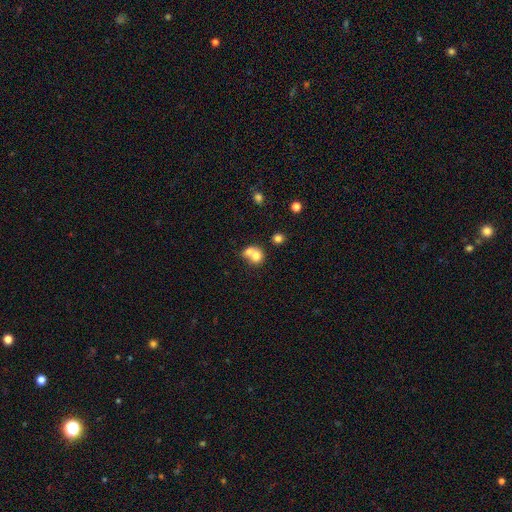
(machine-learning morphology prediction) smooth-or-featured: smooth: 70% | featured or disk: 20% | star or artifact: 10%
  how-rounded: round: 68% | in between: 31% | cigar-shaped: 1%
  merging: merger: 66% | none: 25% | minor disturbance: 6% | major disturbance: 3%